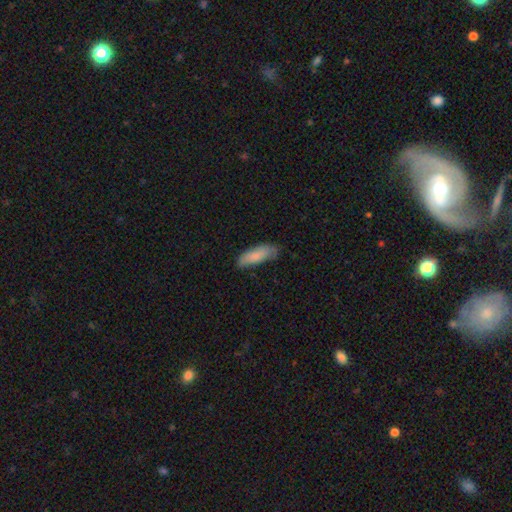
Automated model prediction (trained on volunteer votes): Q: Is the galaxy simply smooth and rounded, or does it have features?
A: smooth — 82%.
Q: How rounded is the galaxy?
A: in between — 60%.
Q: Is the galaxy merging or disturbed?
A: none — 67%.